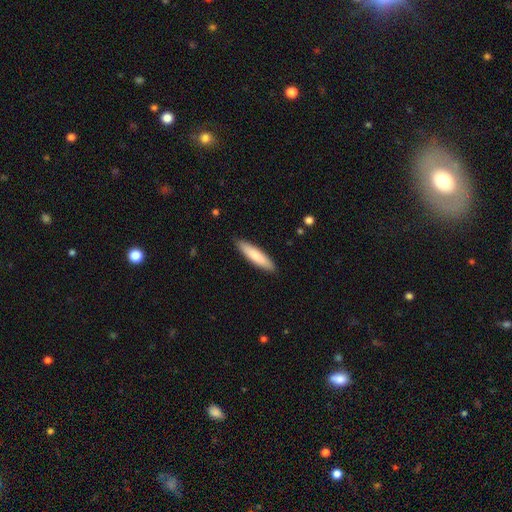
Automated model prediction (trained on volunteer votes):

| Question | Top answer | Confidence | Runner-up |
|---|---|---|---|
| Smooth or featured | smooth | 81% | featured or disk (14%) |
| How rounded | cigar-shaped | 78% | in between (21%) |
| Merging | none | 89% | minor disturbance (8%) |